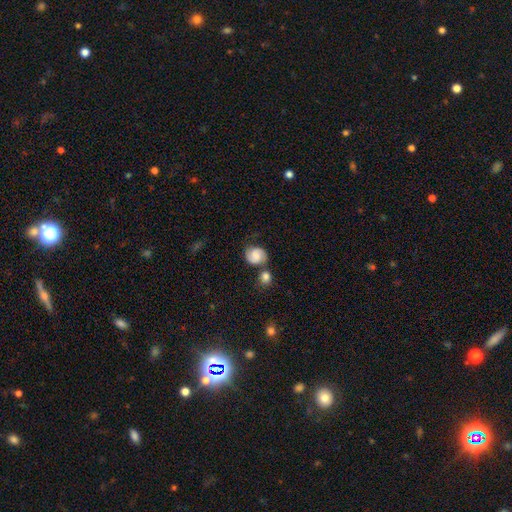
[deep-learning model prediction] Smooth or featured?
  - featured or disk: 50% *
  - smooth: 41%
  - star or artifact: 9%
Merging?
  - none: 56% *
  - merger: 21%
  - minor disturbance: 16%
  - major disturbance: 6%